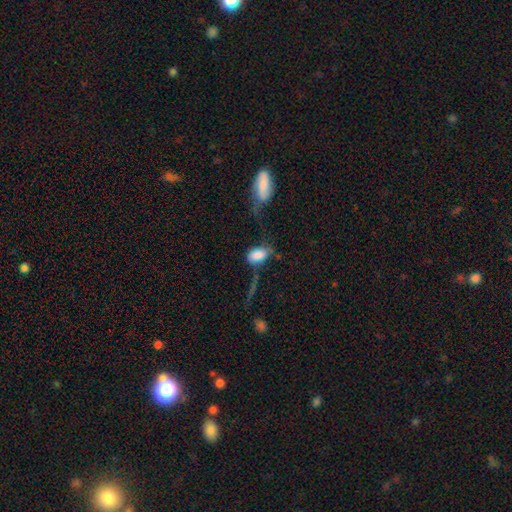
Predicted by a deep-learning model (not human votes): Q: Smooth or featured?
A: smooth (80%); runner-up: featured or disk (12%)
Q: How rounded?
A: in between (91%); runner-up: round (7%)
Q: Merging?
A: none (35%); runner-up: major disturbance (26%)